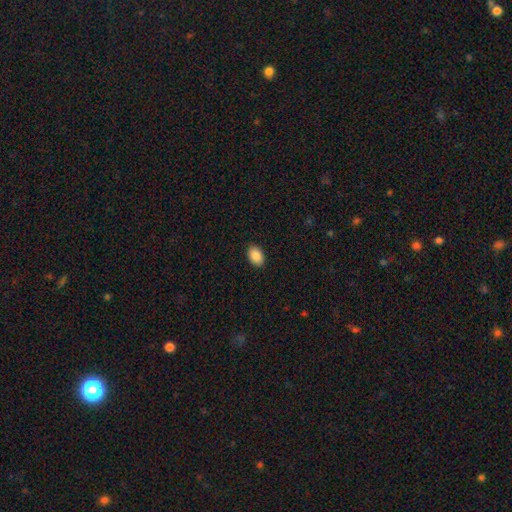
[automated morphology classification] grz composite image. It shows a smooth galaxy with no disk features (90%) that is in between round and cigar-shaped (87%). Merging: none (90%).